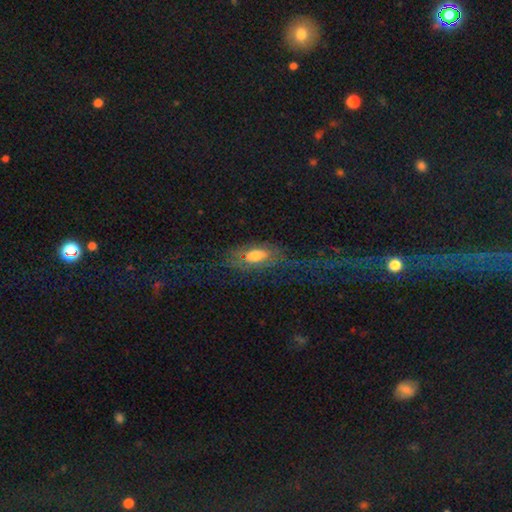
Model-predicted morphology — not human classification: This is possibly a smooth galaxy (57%). How rounded: likely in between (79%). Merging: possibly none (50%).